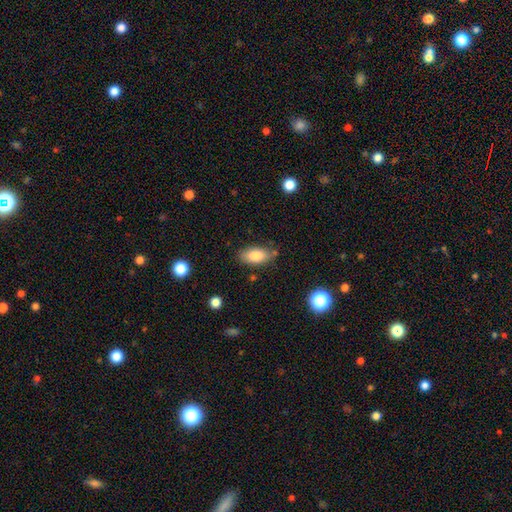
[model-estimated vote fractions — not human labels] Smooth or featured: smooth — 82% (featured or disk — 11%)
How rounded: in between — 90% (cigar-shaped — 6%)
Merging: none — 76% (minor disturbance — 16%)